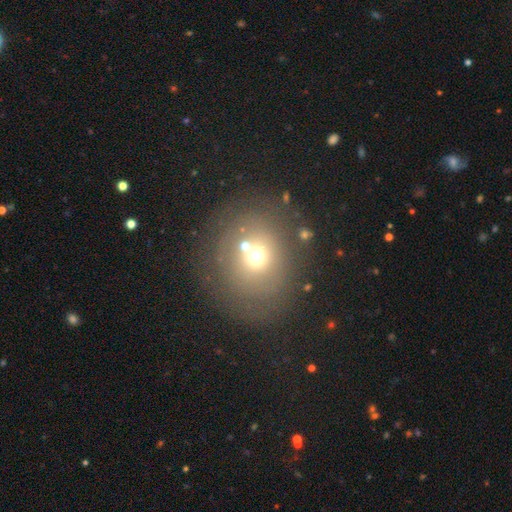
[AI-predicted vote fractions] smooth-or-featured: smooth: 63% | star or artifact: 21% | featured or disk: 16%
  how-rounded: round: 73% | in between: 26% | cigar-shaped: 1%
  merging: none: 66% | minor disturbance: 13% | major disturbance: 11% | merger: 9%